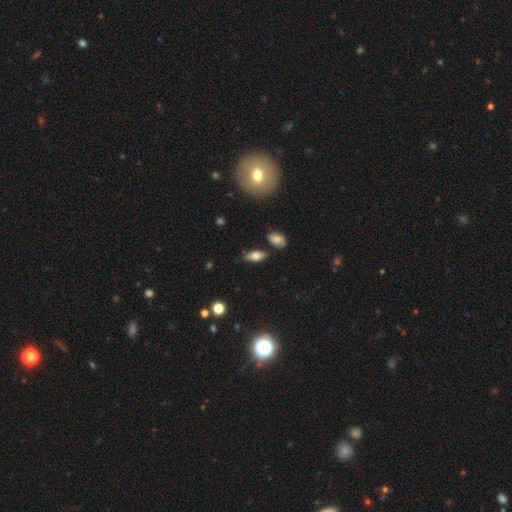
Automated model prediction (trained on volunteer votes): The model was most divided on "smooth or featured": smooth: 71%, featured or disk: 20%, star or artifact: 9%. More confident: how rounded — in between (83%); merging — none (73%).